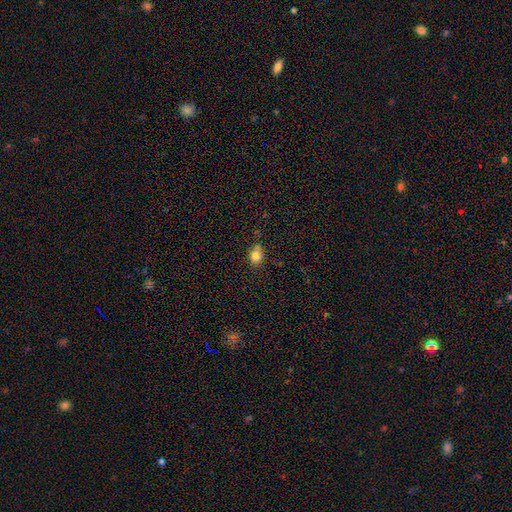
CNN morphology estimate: Smooth or featured? smooth (82%)
How rounded? in between (52%)
Merging? none (67%)